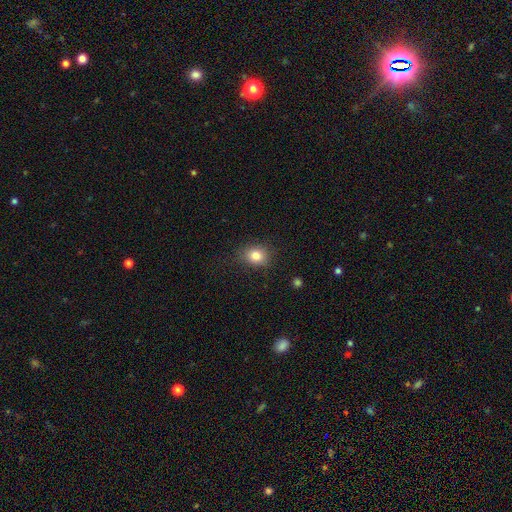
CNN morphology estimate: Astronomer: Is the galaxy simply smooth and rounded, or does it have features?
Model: smooth — 82%.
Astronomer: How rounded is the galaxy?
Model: round — 60% (runner-up: in between, 39%).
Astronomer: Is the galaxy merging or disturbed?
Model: none — 82%.